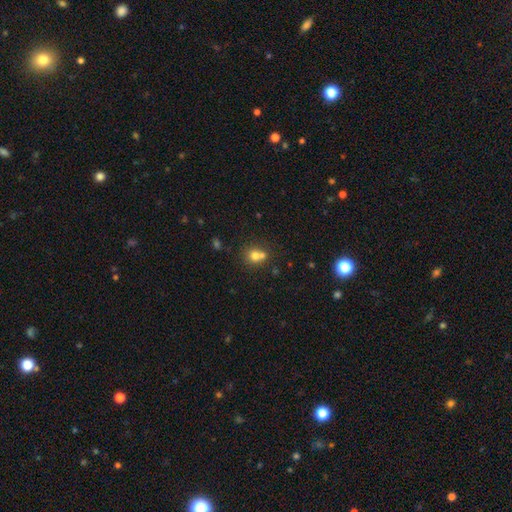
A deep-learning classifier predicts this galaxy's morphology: Smooth or featured? smooth (72%)
How rounded? round (79%)
Merging? merger (48%)